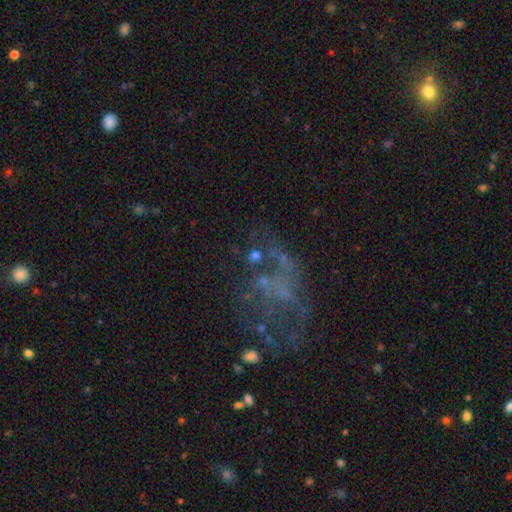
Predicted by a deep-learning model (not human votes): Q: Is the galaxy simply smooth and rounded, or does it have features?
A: featured or disk — 36%.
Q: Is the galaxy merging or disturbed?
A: none — 49%.